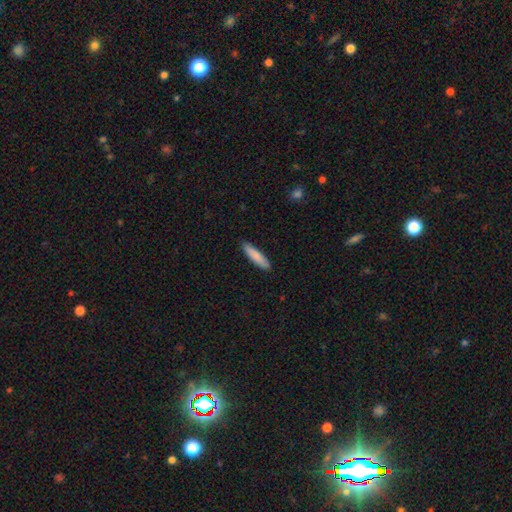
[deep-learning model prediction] Smooth or featured?
  - smooth: 85% *
  - featured or disk: 9%
  - star or artifact: 5%
How rounded?
  - cigar-shaped: 78% *
  - in between: 21%
  - round: 1%
Merging?
  - none: 89% *
  - minor disturbance: 9%
  - major disturbance: 2%
  - merger: 1%